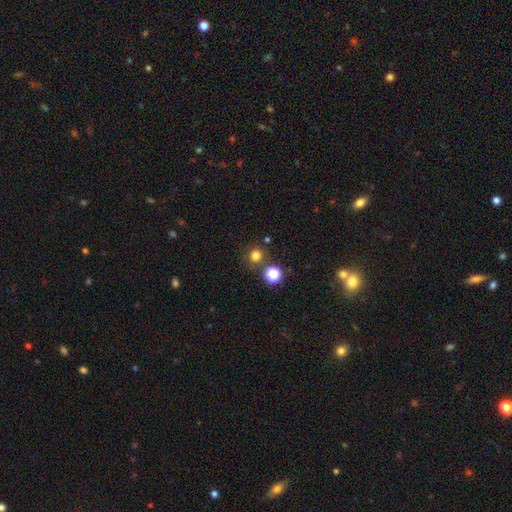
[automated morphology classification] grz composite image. It shows a smooth galaxy with no disk features (75%) that is round (90%). Merging: none (78%).